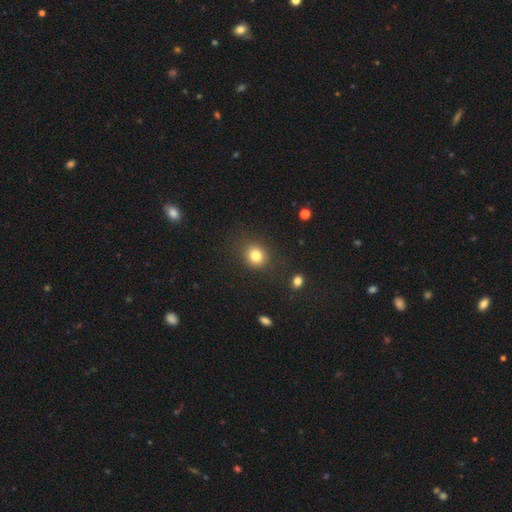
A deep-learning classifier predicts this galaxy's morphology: smooth_or_featured: smooth (p=0.81) [alt: star or artifact p=0.12]
how_rounded: round (p=0.76) [alt: in between p=0.23]
merging: none (p=0.84) [alt: minor disturbance p=0.10]